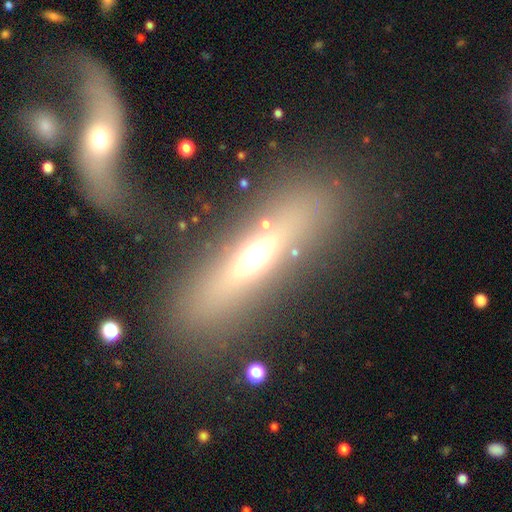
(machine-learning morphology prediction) Q: Smooth or featured?
A: smooth (43%); runner-up: featured or disk (42%)
Q: Merging?
A: none (82%); runner-up: minor disturbance (9%)